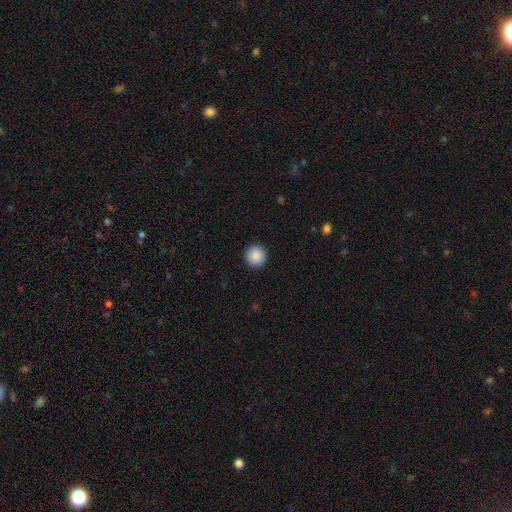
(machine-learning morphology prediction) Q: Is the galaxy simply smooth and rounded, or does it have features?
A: smooth — 89%.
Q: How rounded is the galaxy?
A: round — 96%.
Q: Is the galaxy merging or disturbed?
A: none — 93%.